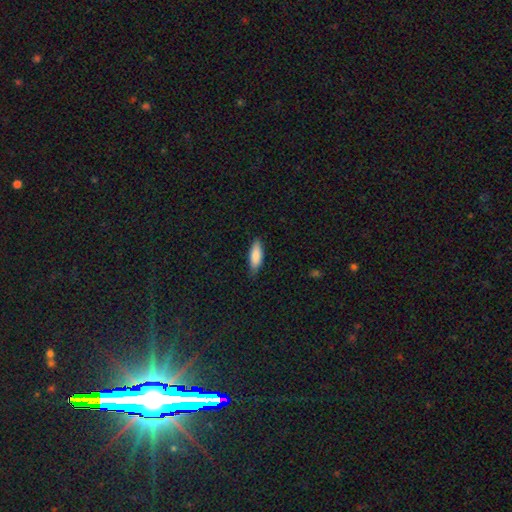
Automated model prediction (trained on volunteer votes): smooth-or-featured: smooth: 86% | featured or disk: 8% | star or artifact: 6%
  how-rounded: in between: 65% | cigar-shaped: 33% | round: 2%
  merging: none: 80% | minor disturbance: 16% | major disturbance: 3% | merger: 1%